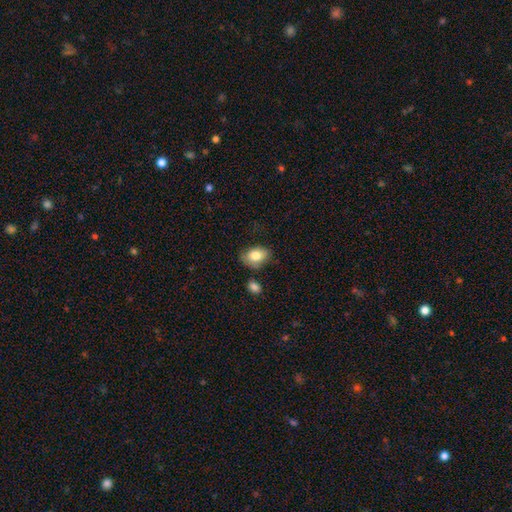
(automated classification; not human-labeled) This is clearly a smooth galaxy (83%). How rounded: clearly in between (85%). Merging: likely none (68%).